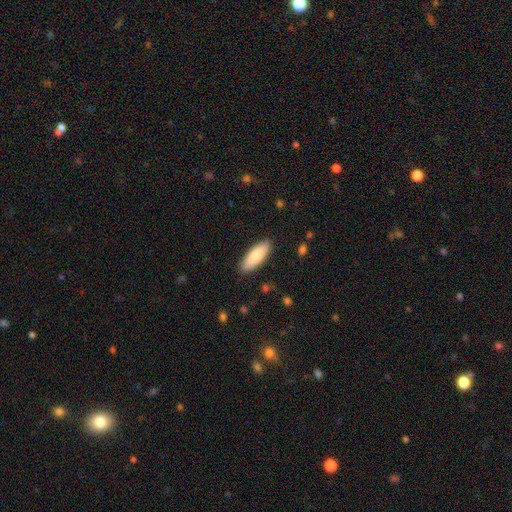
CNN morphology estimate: Smooth or featured? Predicted: smooth (p=0.83). How rounded? Predicted: in between (p=0.67). Merging? Predicted: none (p=0.88).